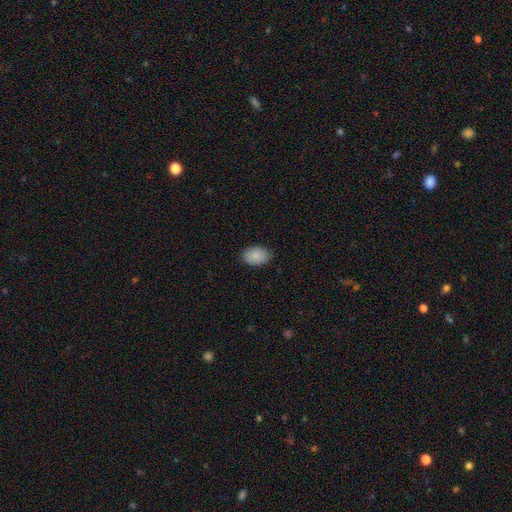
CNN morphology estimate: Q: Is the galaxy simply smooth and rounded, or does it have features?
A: smooth — 88%.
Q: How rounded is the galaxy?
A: in between — 86%.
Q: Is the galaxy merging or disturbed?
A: none — 85%.